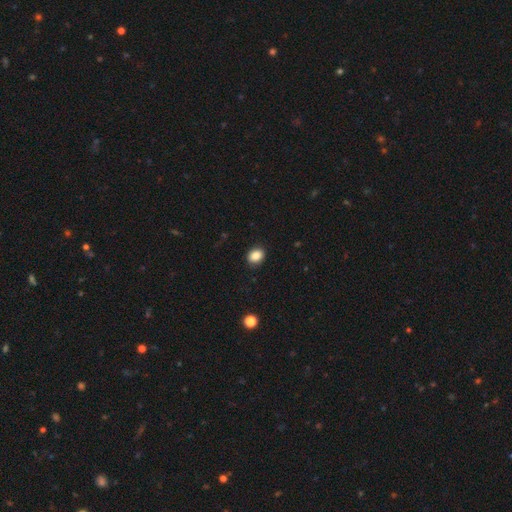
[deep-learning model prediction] Smooth or featured?
  - smooth: 87% *
  - star or artifact: 9%
  - featured or disk: 4%
How rounded?
  - in between: 58% *
  - round: 41%
  - cigar-shaped: 1%
Merging?
  - none: 88% *
  - minor disturbance: 9%
  - major disturbance: 2%
  - merger: 1%